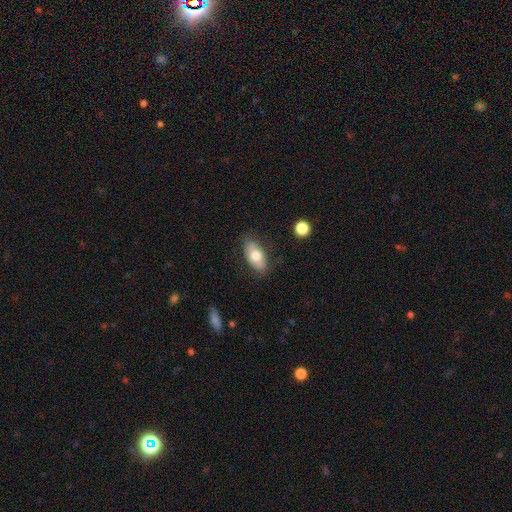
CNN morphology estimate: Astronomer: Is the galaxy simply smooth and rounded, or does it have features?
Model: smooth — 69%.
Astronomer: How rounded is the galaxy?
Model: in between — 92%.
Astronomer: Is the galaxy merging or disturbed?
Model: none — 80%.